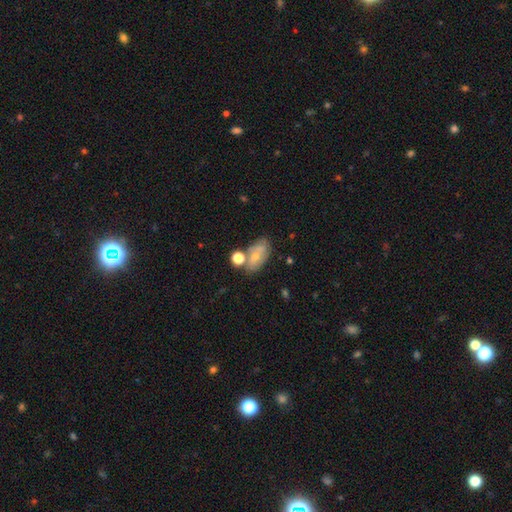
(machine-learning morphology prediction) Smooth or featured? smooth (62%)
How rounded? in between (85%)
Merging? none (48%)